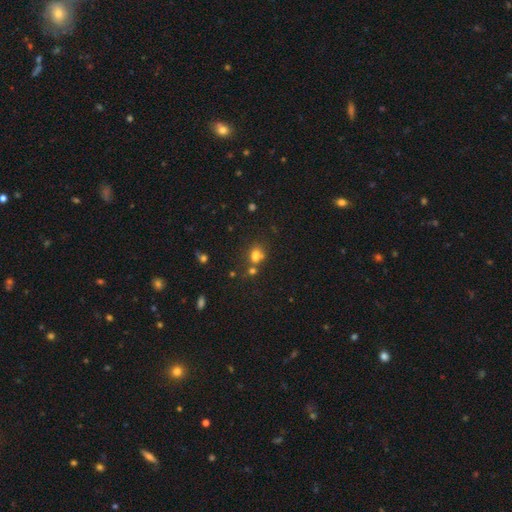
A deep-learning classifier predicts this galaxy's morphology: type=smooth (70%); roundness=in between (53%); merging=none (42%).